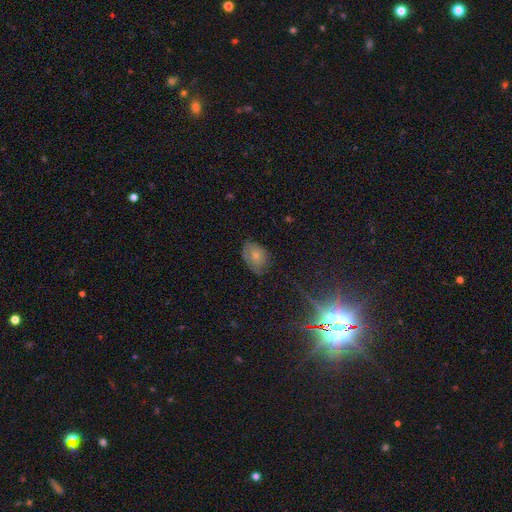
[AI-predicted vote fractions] Q: Smooth or featured?
A: smooth (65%); runner-up: featured or disk (24%)
Q: How rounded?
A: in between (81%); runner-up: round (18%)
Q: Merging?
A: none (61%); runner-up: minor disturbance (29%)